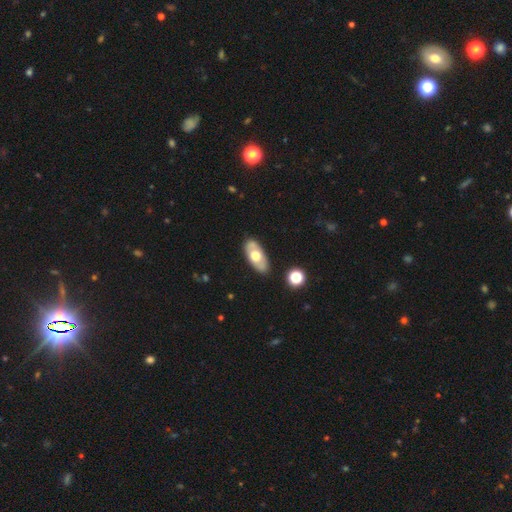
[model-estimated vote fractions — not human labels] smooth_or_featured: smooth (p=0.52) [alt: featured or disk p=0.42]
how_rounded: in between (p=0.88) [alt: cigar-shaped p=0.08]
merging: none (p=0.82) [alt: minor disturbance p=0.13]